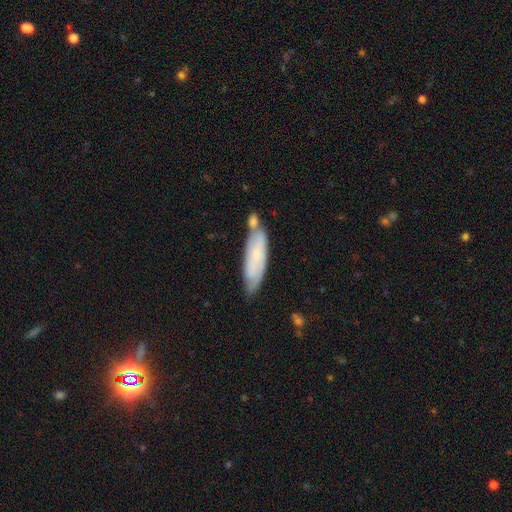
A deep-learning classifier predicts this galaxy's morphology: smooth 50%, featured or disk 41%, star or artifact 9%. Down the decision tree: how rounded — cigar-shaped (59%); merging — none (57%).